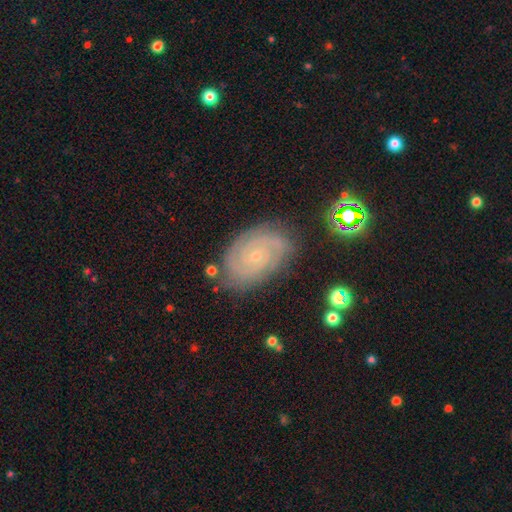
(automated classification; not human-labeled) A featured or disk galaxy (81%) with no bar (78%), 2 (34%) tight (76%) spiral arms (96%) and a small central bulge (84%).

Vote fractions:
- Smooth or featured? featured or disk: 81% / smooth: 10% / star or artifact: 9%
- Edge-on disk? no: 97% / yes: 3%
- Bar? no: 78% / weak: 18% / strong: 4%
- Spiral arms? yes: 96% / no: 4%
- Spiral winding? tight: 76% / medium: 20% / loose: 4%
- Spiral arm count? 2: 34% / can't tell: 26% / 3: 19% / 4: 10% / more than 4: 6% / 1: 5%
- Bulge size? small: 84% / moderate: 12% / none: 2% / large: 1% / dominant: 1%
- Merging? none: 79% / minor disturbance: 16% / major disturbance: 4% / merger: 2%